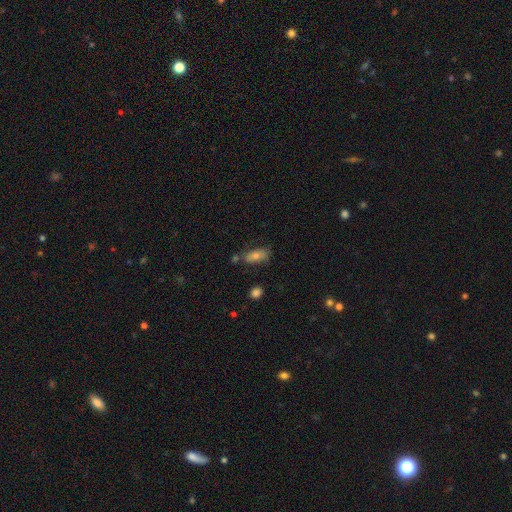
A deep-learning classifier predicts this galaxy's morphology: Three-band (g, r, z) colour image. It shows a smooth galaxy with no disk features (64%) that is in between round and cigar-shaped (80%). Merging: none (65%).